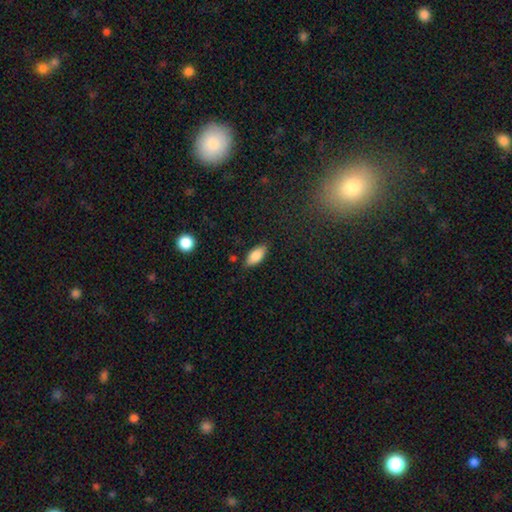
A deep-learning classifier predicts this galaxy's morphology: This appears to be a smooth galaxy with no disk features (83%) that is in between round and cigar-shaped (88%). Merging: none (81%).